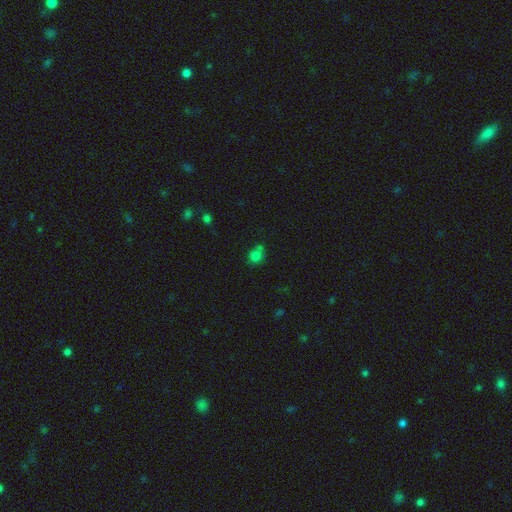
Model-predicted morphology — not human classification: This appears to be a smooth galaxy with no disk features (77%) that is round (72%). Merging: none (54%).